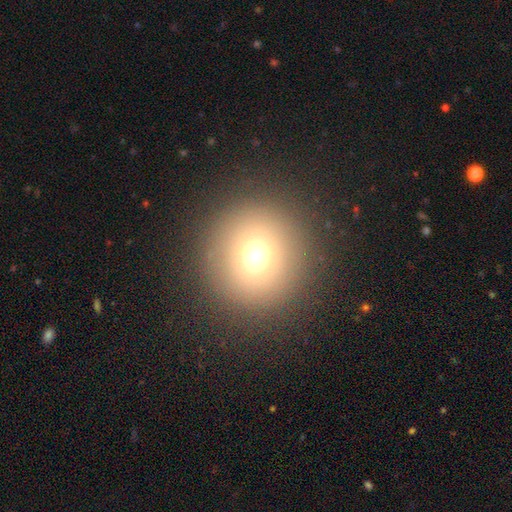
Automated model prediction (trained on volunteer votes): Overall: smooth (70%). How rounded: round (95%). Merging: none (91%).